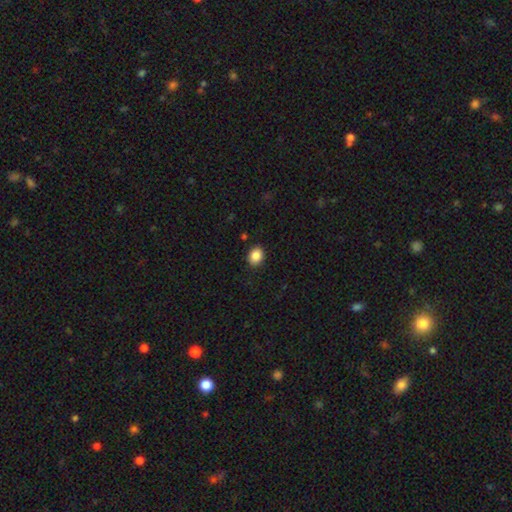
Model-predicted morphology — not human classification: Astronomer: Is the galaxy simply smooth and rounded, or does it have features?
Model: smooth — 87%.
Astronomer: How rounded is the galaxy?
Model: in between — 56% (runner-up: round, 43%).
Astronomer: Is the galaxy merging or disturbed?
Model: none — 89%.